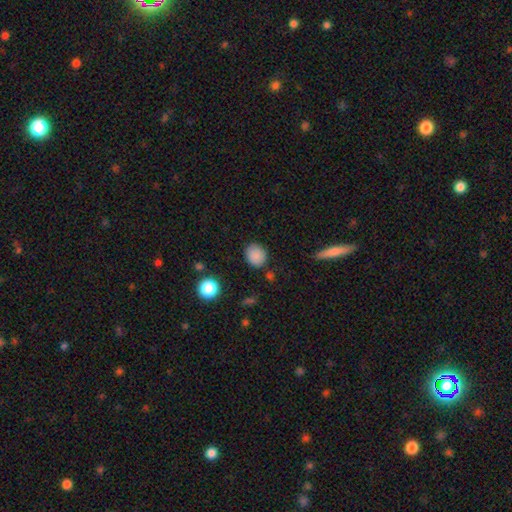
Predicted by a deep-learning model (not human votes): A smooth galaxy with no disk features (86%) that is round (75%). Merging: none (84%).